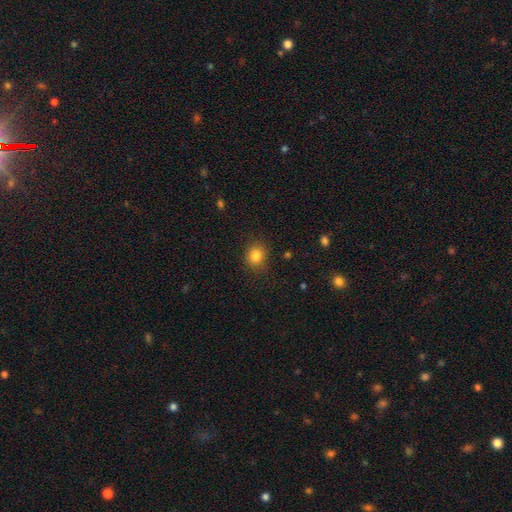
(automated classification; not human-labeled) The model was most divided on "how rounded": round: 77%, in between: 22%, cigar-shaped: 1%. More confident: merging — none (85%); smooth or featured — smooth (83%).